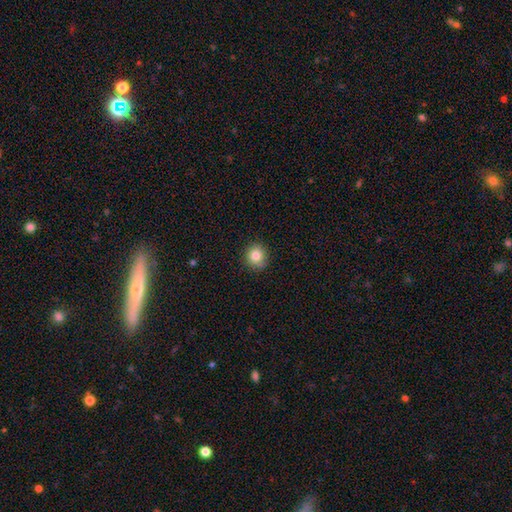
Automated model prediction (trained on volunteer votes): Q: Smooth or featured?
A: smooth (83%); runner-up: star or artifact (10%)
Q: How rounded?
A: round (89%); runner-up: in between (10%)
Q: Merging?
A: none (88%); runner-up: minor disturbance (9%)